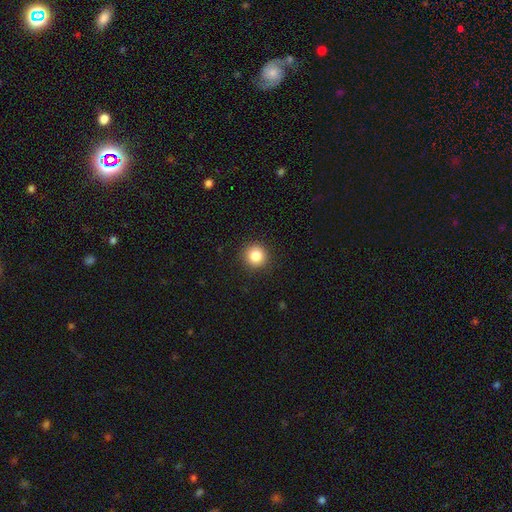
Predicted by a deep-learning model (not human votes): The model was most divided on "smooth or featured": smooth: 84%, star or artifact: 10%, featured or disk: 5%. More confident: how rounded — round (94%); merging — none (92%).